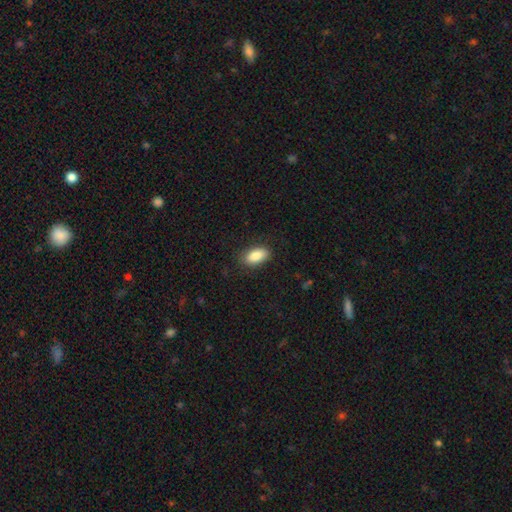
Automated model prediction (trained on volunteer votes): smooth_or_featured: smooth (p=0.88) [alt: star or artifact p=0.07]
how_rounded: in between (p=0.92) [alt: cigar-shaped p=0.04]
merging: none (p=0.85) [alt: minor disturbance p=0.11]